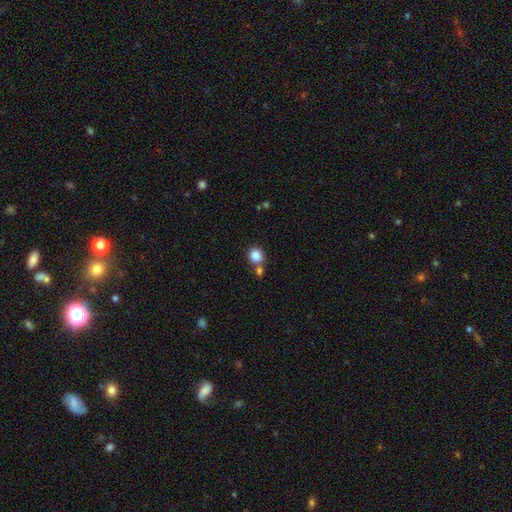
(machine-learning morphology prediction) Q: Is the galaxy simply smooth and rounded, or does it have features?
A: smooth — 85%.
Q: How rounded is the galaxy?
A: round — 82%.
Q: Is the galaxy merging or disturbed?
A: none — 62%.